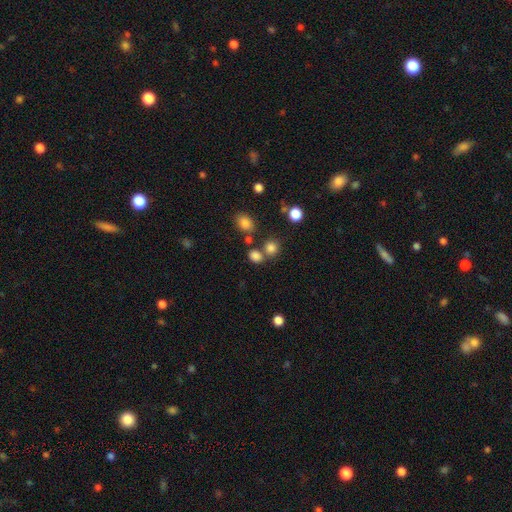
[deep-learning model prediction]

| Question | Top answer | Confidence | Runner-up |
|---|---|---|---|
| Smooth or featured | smooth | 80% | star or artifact (14%) |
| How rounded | round | 63% | in between (36%) |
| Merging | none | 64% | merger (21%) |